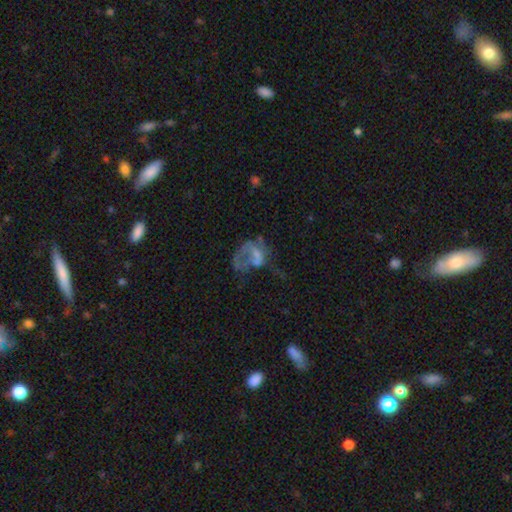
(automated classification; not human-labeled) A featured or disk galaxy (51%). Merging: major disturbance (53%).